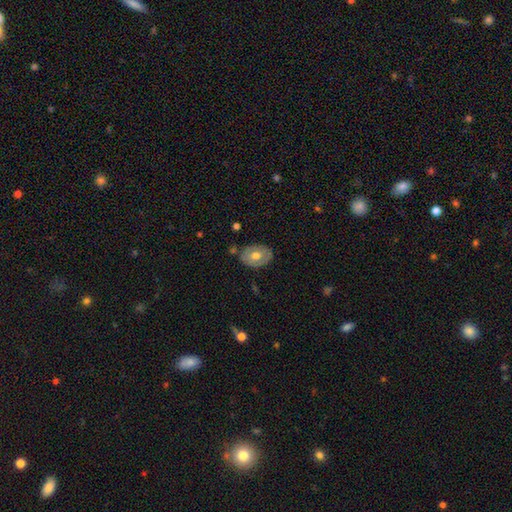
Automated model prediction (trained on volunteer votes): Smooth or featured: smooth — 58% (featured or disk — 36%)
How rounded: in between — 79% (round — 20%)
Merging: none — 77% (minor disturbance — 16%)